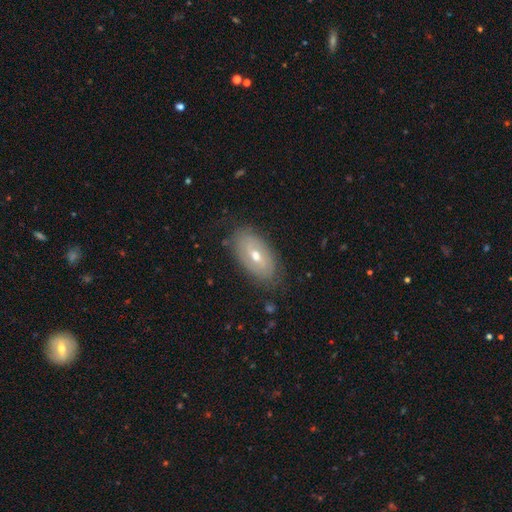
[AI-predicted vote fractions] smooth_or_featured: featured or disk (p=0.59) [alt: smooth p=0.32]
disk_edge_on: no (p=0.89) [alt: yes p=0.11]
bar: no (p=0.51) [alt: weak p=0.37]
has_spiral_arms: yes (p=0.57) [alt: no p=0.43]
bulge_size: moderate (p=0.64) [alt: small p=0.32]
merging: none (p=0.80) [alt: minor disturbance p=0.15]